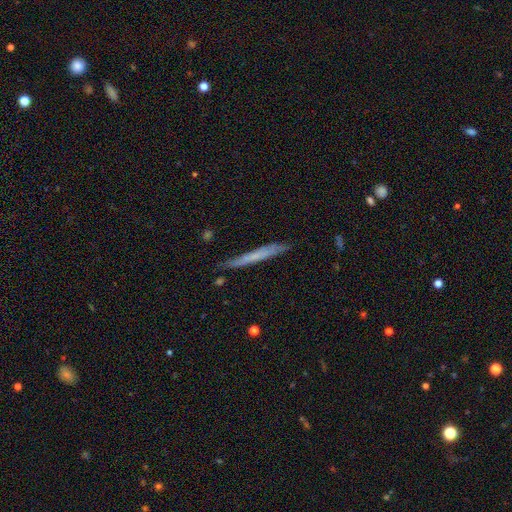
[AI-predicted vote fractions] smooth_or_featured: smooth (p=0.51) [alt: featured or disk p=0.43]
how_rounded: cigar-shaped (p=0.96) [alt: in between p=0.02]
merging: none (p=0.79) [alt: minor disturbance p=0.16]